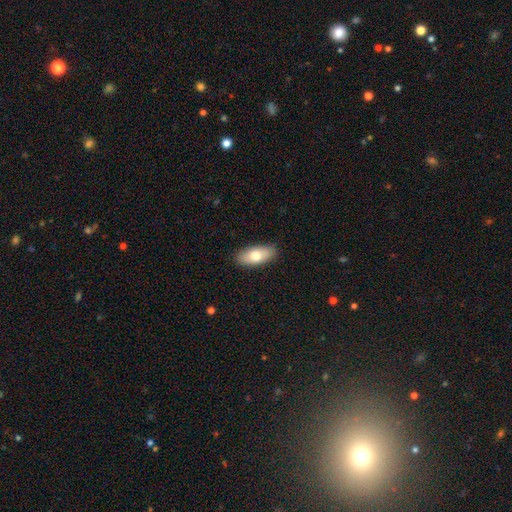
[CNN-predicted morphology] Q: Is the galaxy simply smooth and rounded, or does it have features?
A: smooth — 75%.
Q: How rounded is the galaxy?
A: in between — 86%.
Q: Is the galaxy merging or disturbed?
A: none — 87%.